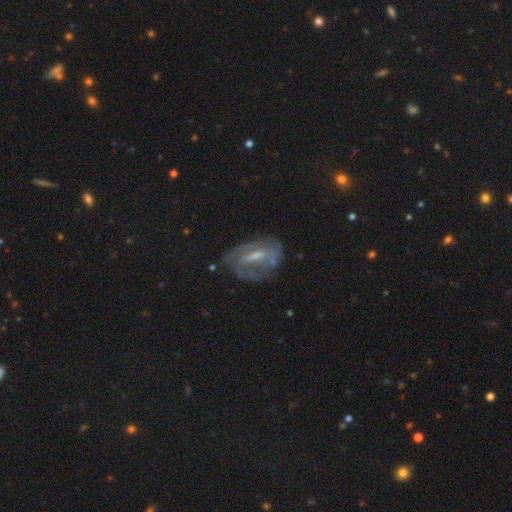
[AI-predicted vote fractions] Smooth or featured? Predicted: featured or disk (p=0.74). Edge-on disk? Predicted: no (p=0.92). Bar? Predicted: weak (p=0.45). Spiral arms? Predicted: yes (p=0.71). Bulge size? Predicted: small (p=0.41). Merging? Predicted: none (p=0.60).